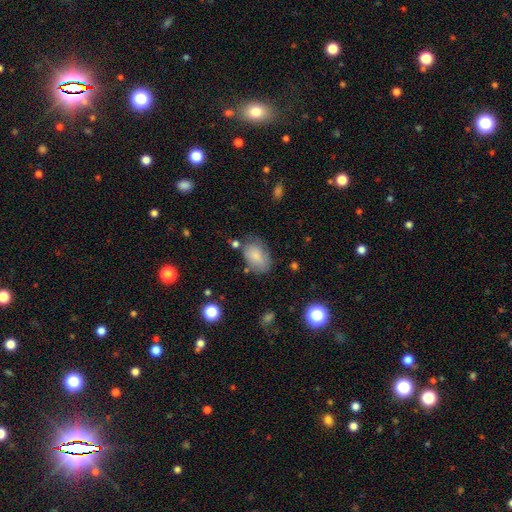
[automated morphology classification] A smooth galaxy with no disk features (78%) that is in between round and cigar-shaped (86%). Merging: none (61%).